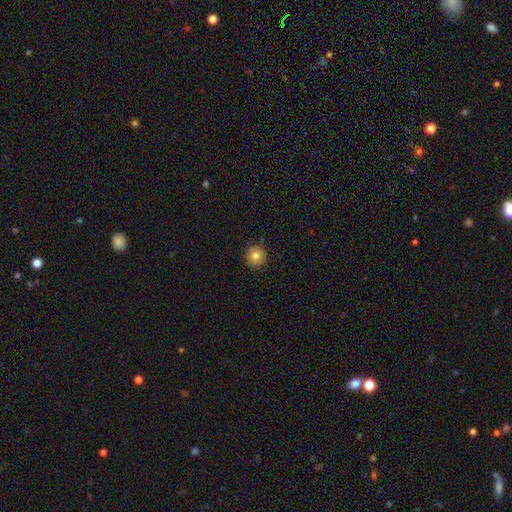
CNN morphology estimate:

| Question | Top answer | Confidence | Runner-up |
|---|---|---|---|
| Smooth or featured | smooth | 82% | star or artifact (10%) |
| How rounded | round | 93% | in between (6%) |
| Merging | none | 89% | minor disturbance (8%) |